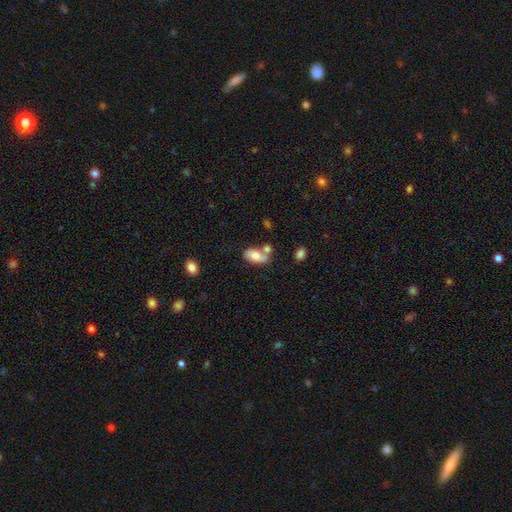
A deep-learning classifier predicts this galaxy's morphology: smooth-or-featured: smooth: 68% | featured or disk: 24% | star or artifact: 8%
  how-rounded: in between: 92% | round: 5% | cigar-shaped: 3%
  merging: none: 42% | merger: 29% | minor disturbance: 21% | major disturbance: 9%